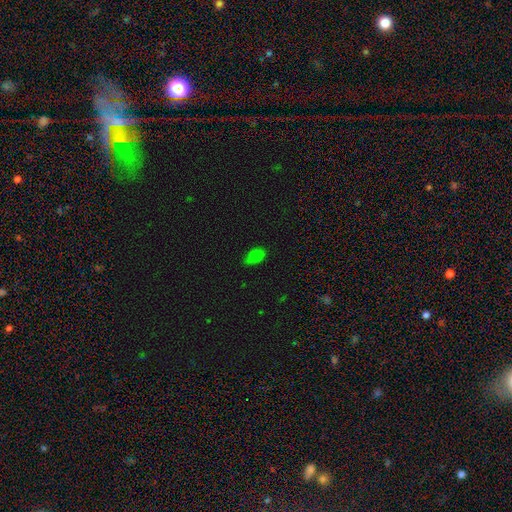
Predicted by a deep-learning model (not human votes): smooth-or-featured: smooth: 77% | star or artifact: 18% | featured or disk: 5%
  how-rounded: in between: 91% | round: 6% | cigar-shaped: 3%
  merging: none: 65% | minor disturbance: 27% | major disturbance: 6% | merger: 2%